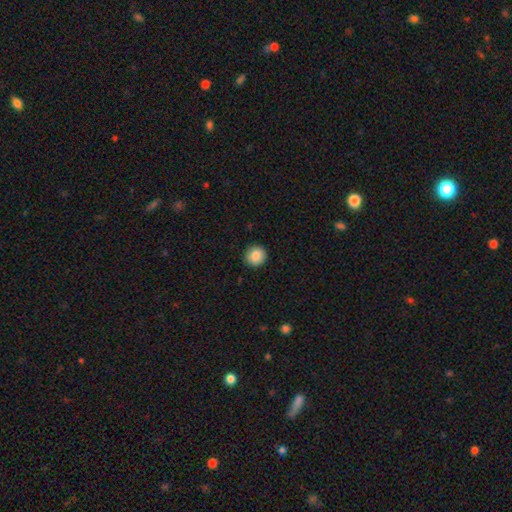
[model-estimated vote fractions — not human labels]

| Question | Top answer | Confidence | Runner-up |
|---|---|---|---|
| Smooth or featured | smooth | 86% | star or artifact (8%) |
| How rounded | round | 93% | in between (6%) |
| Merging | none | 91% | minor disturbance (6%) |